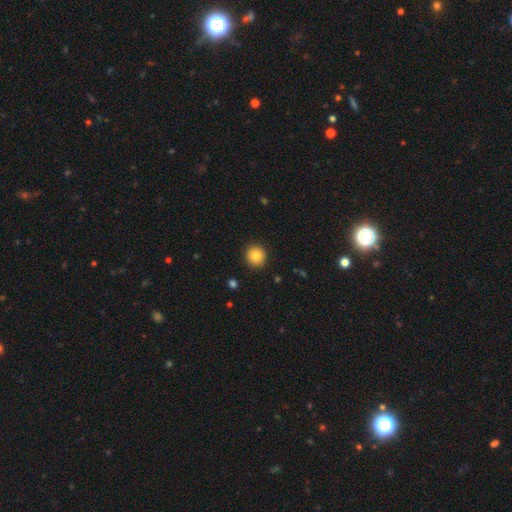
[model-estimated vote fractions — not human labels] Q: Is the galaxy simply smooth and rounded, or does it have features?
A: smooth — 84%.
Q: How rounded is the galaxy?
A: round — 94%.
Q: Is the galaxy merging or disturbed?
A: none — 92%.